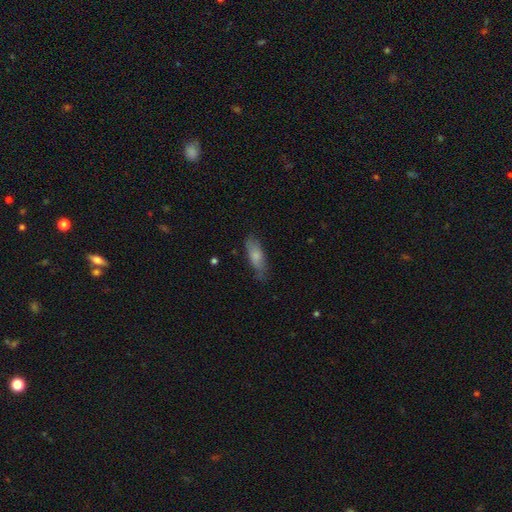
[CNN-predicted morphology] Q: Smooth or featured?
A: smooth (76%); runner-up: featured or disk (18%)
Q: How rounded?
A: in between (59%); runner-up: cigar-shaped (39%)
Q: Merging?
A: none (71%); runner-up: minor disturbance (22%)